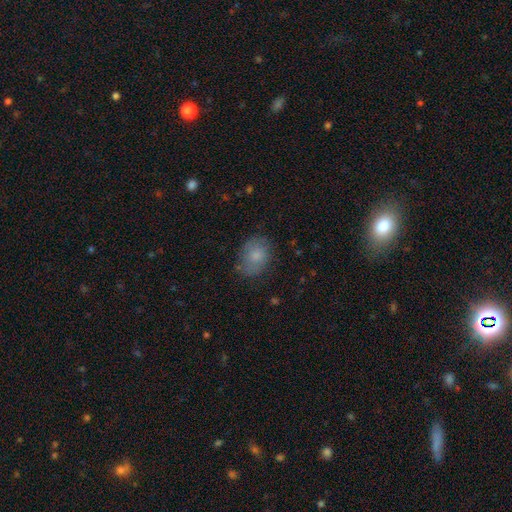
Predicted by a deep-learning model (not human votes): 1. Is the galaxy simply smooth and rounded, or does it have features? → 76% smooth, 16% featured or disk, 8% star or artifact.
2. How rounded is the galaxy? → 62% in between, 37% round, 1% cigar-shaped.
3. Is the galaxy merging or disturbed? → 70% none, 22% minor disturbance, 7% major disturbance, 2% merger.